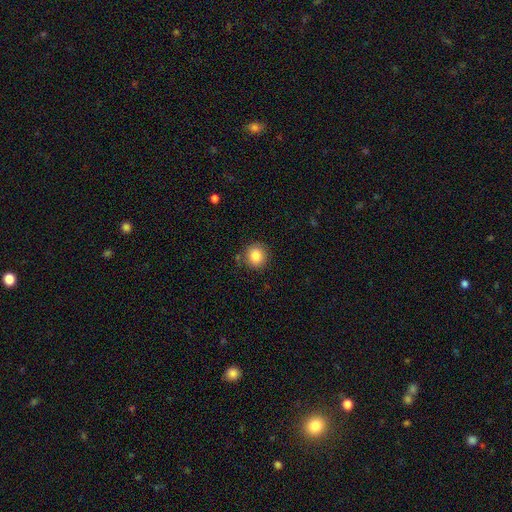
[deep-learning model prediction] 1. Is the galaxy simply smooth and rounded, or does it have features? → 86% smooth, 9% star or artifact, 5% featured or disk.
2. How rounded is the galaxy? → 89% round, 10% in between, 1% cigar-shaped.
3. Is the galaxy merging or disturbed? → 84% none, 10% minor disturbance, 3% major disturbance, 3% merger.